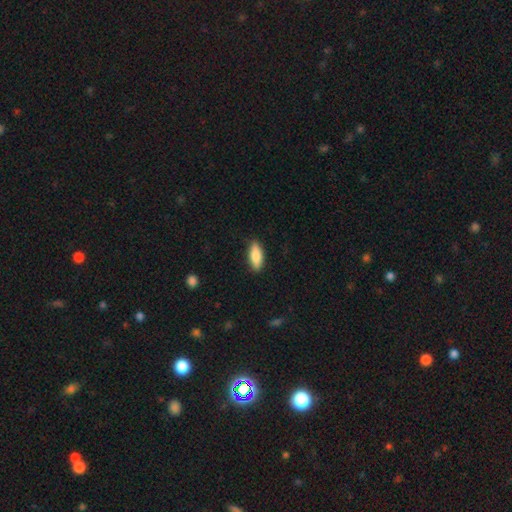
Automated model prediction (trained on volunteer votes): This is clearly a smooth galaxy (81%). How rounded: likely in between (70%). Merging: clearly none (88%).